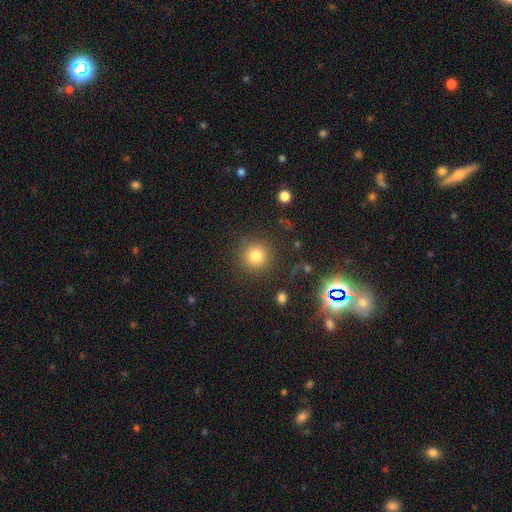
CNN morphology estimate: Q: Smooth or featured?
A: smooth (79%); runner-up: star or artifact (14%)
Q: How rounded?
A: round (93%); runner-up: in between (6%)
Q: Merging?
A: none (86%); runner-up: minor disturbance (8%)